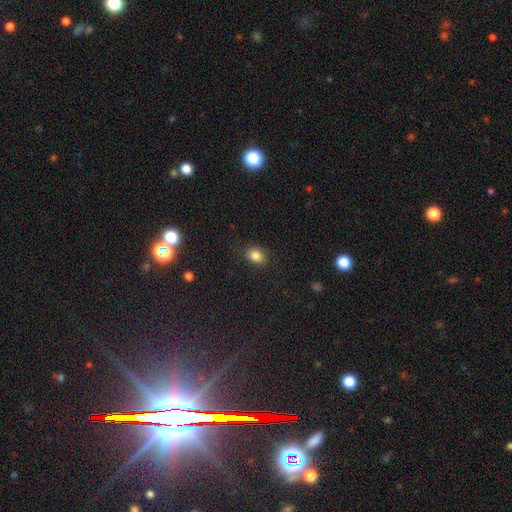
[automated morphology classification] A smooth galaxy with no disk features (84%) that is in between round and cigar-shaped (61%).

Vote fractions:
- Smooth or featured? smooth: 84% / star or artifact: 11% / featured or disk: 6%
- How rounded? in between: 61% / round: 38% / cigar-shaped: 1%
- Merging? none: 86% / minor disturbance: 10% / major disturbance: 3% / merger: 1%